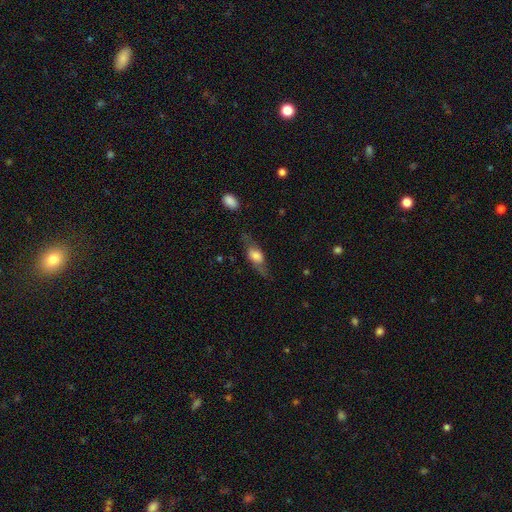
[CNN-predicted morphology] featured or disk 50%, smooth 43%, star or artifact 7%. Down the decision tree: merging — none (68%).